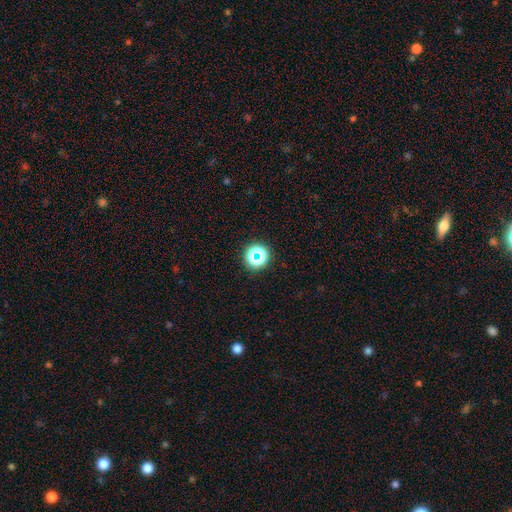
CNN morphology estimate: A star or artifact, not a galaxy (56%).

Vote fractions:
- Smooth or featured? star or artifact: 56% / smooth: 34% / featured or disk: 10%